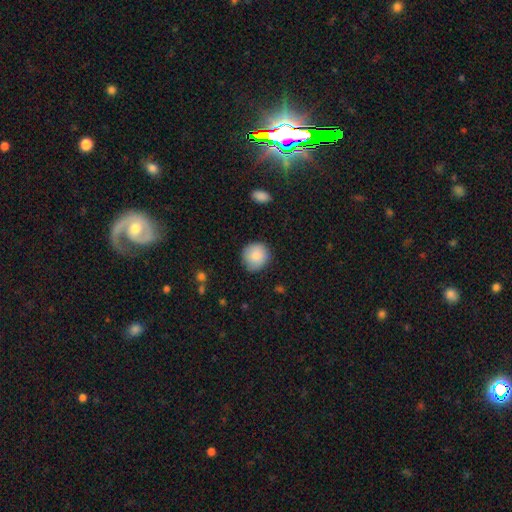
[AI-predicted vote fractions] A smooth galaxy with no disk features (87%) that is round (90%).

Vote fractions:
- Smooth or featured? smooth: 87% / star or artifact: 7% / featured or disk: 6%
- How rounded? round: 90% / in between: 9% / cigar-shaped: 1%
- Merging? none: 82% / minor disturbance: 14% / major disturbance: 3% / merger: 1%